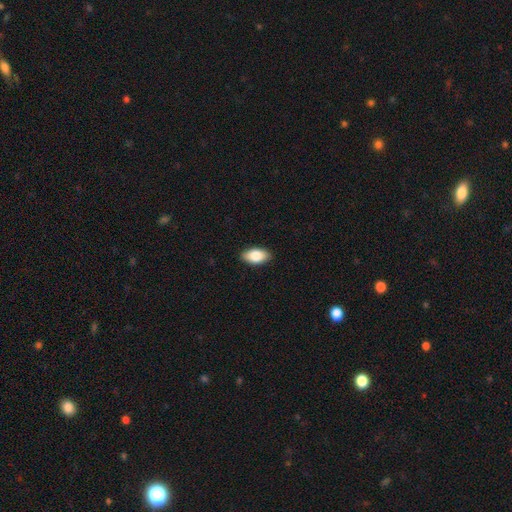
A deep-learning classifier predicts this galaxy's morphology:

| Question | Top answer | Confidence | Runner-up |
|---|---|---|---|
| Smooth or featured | smooth | 84% | featured or disk (10%) |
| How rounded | in between | 93% | round (4%) |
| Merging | none | 89% | minor disturbance (8%) |